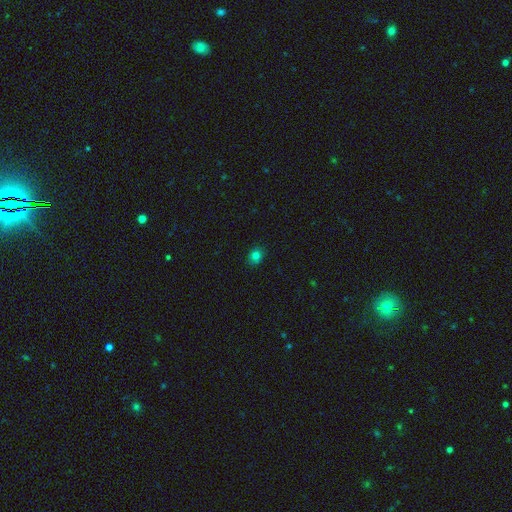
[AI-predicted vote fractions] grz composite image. It shows a smooth galaxy with no disk features (79%) that is round (60%). Merging: none (88%).